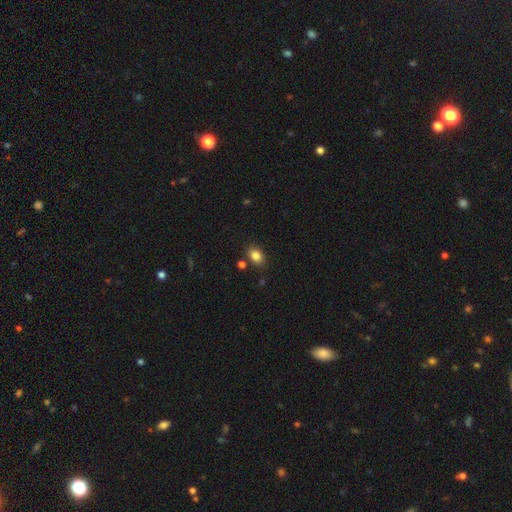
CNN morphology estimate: A smooth galaxy with no disk features (84%) that is in between round and cigar-shaped (74%). Merging: none (81%).